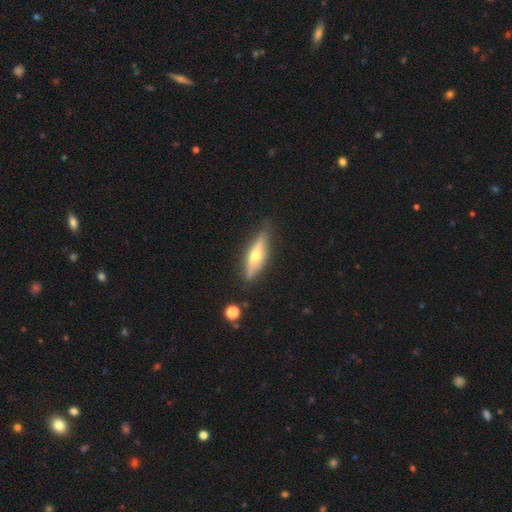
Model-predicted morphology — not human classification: Smooth or featured? featured or disk (64%)
Edge-on disk? yes (91%)
Edge-on bulge? rounded (92%)
Merging? none (83%)